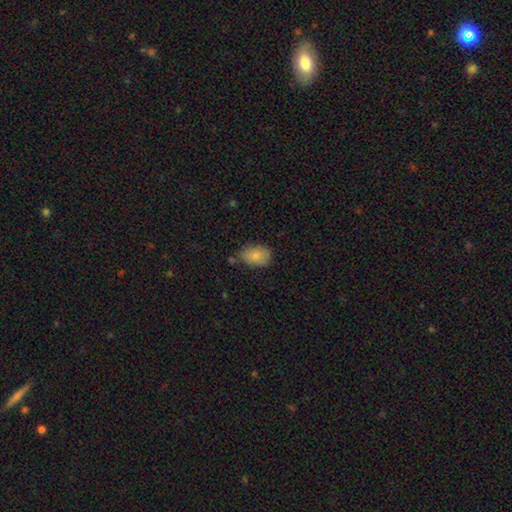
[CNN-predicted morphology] smooth-or-featured: smooth: 83% | featured or disk: 9% | star or artifact: 8%
  how-rounded: in between: 84% | round: 15% | cigar-shaped: 1%
  merging: none: 68% | minor disturbance: 22% | merger: 6% | major disturbance: 5%